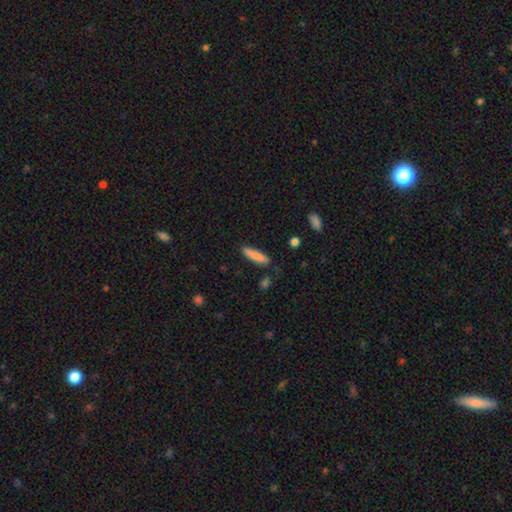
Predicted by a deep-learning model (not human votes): This appears to be a smooth galaxy with no disk features (85%) that is cigar-shaped (77%). Merging: none (85%).